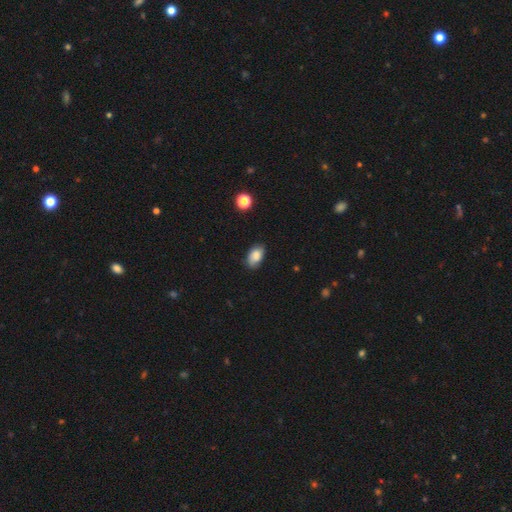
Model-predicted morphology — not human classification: smooth-or-featured: smooth: 83% | featured or disk: 9% | star or artifact: 8%
  how-rounded: in between: 92% | round: 7% | cigar-shaped: 2%
  merging: none: 73% | minor disturbance: 22% | major disturbance: 3% | merger: 1%